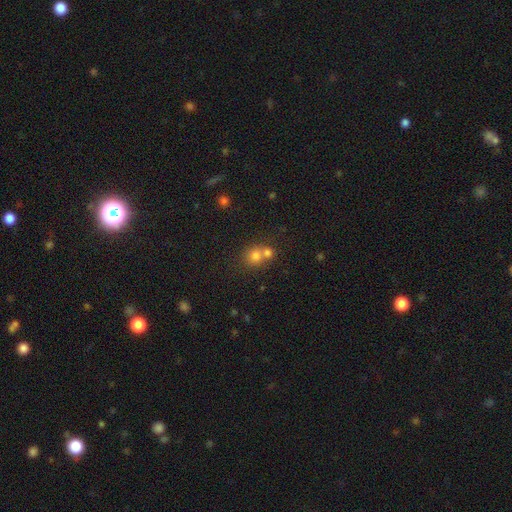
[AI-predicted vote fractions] Morphology: type=smooth (74%); roundness=round (80%); merging=merger (52%).